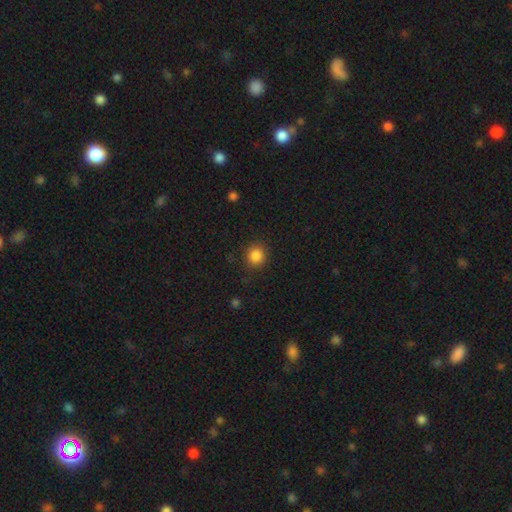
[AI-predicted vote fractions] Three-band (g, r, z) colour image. It shows a smooth galaxy with no disk features (86%) that is round (90%). Merging: none (88%).